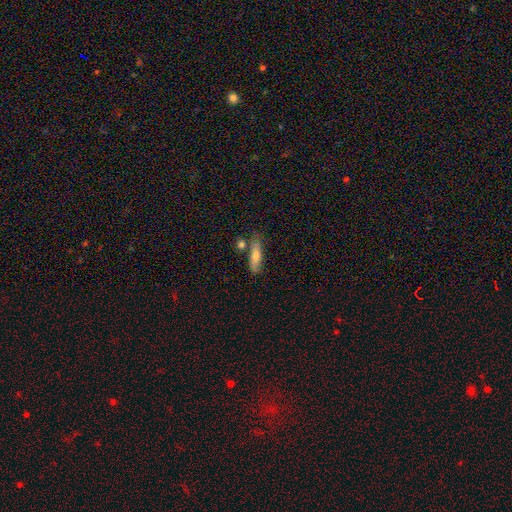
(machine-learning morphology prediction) Overall: smooth (67%). How rounded: cigar-shaped (58%; in between 39%). Merging: none (62%).